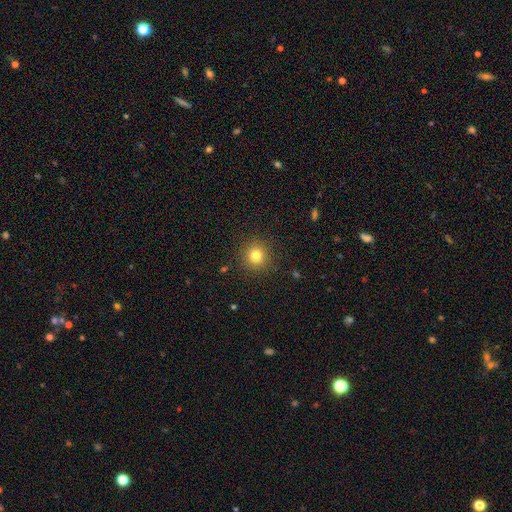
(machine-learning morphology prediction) type=smooth (80%); roundness=round (93%); merging=none (90%).